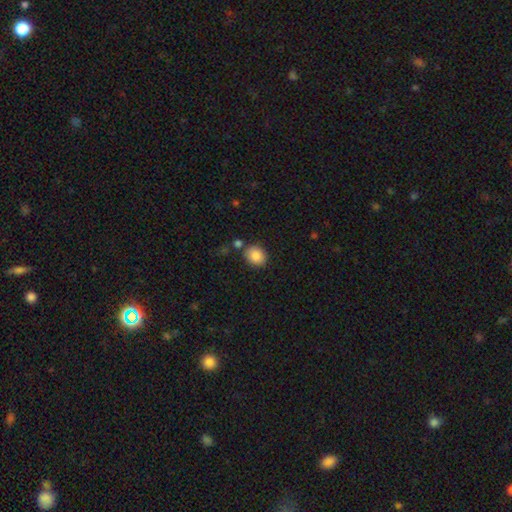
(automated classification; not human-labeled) A smooth galaxy with no disk features (87%) that is round (63%). Merging: none (79%).